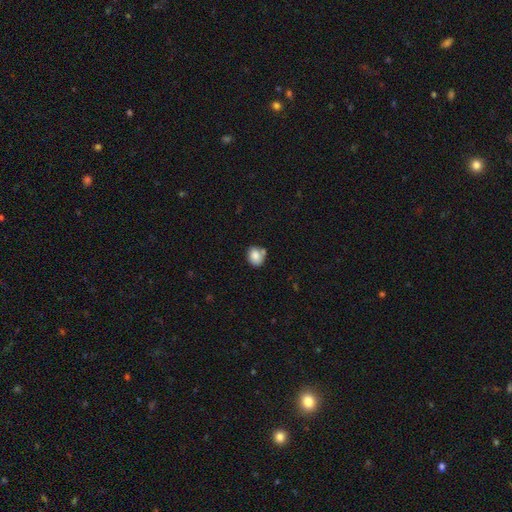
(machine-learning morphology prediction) A smooth galaxy with no disk features (83%) that is round (54%). Merging: none (55%).